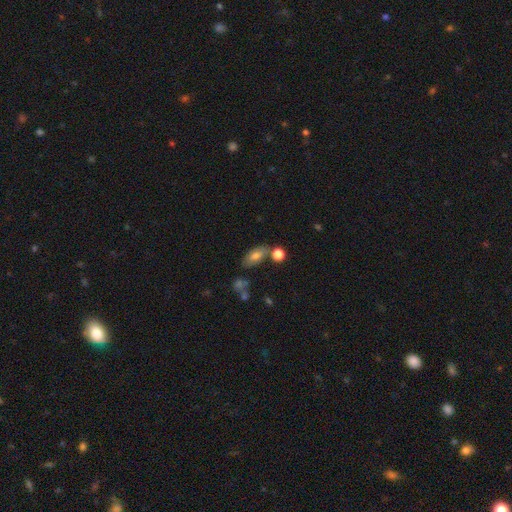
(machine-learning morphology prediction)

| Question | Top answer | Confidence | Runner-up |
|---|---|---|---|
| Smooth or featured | smooth | 72% | featured or disk (18%) |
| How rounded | in between | 83% | cigar-shaped (10%) |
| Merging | none | 62% | minor disturbance (16%) |